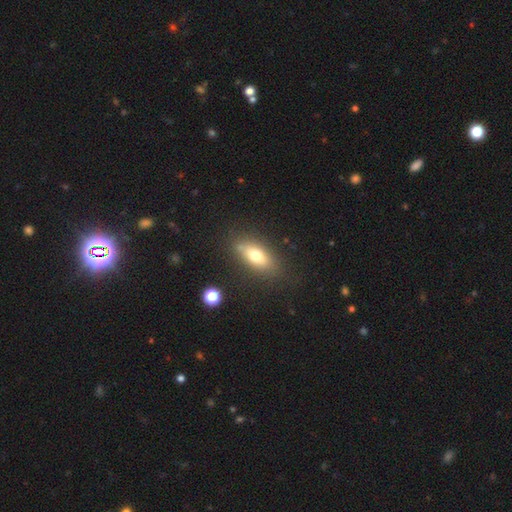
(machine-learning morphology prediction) Smooth or featured? smooth (70%)
How rounded? in between (78%)
Merging? none (78%)